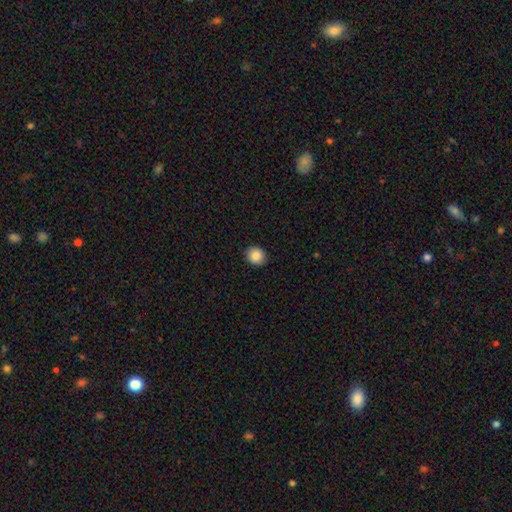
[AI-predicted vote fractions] Smooth or featured?
  - smooth: 87% *
  - star or artifact: 9%
  - featured or disk: 4%
How rounded?
  - round: 79% *
  - in between: 20%
  - cigar-shaped: 1%
Merging?
  - none: 90% *
  - minor disturbance: 7%
  - major disturbance: 2%
  - merger: 1%